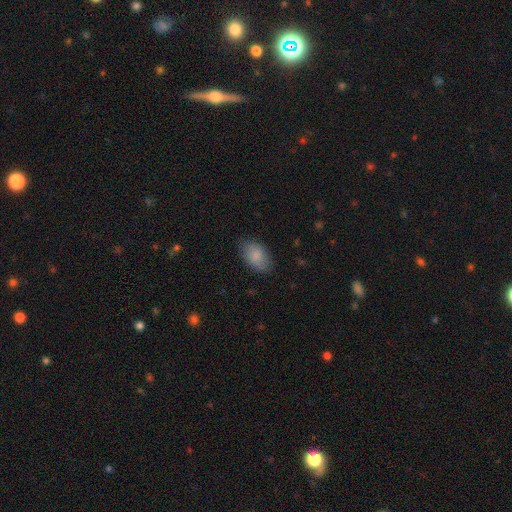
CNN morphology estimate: smooth 84%, featured or disk 9%, star or artifact 7%. Down the decision tree: how rounded — in between (91%); merging — none (78%).